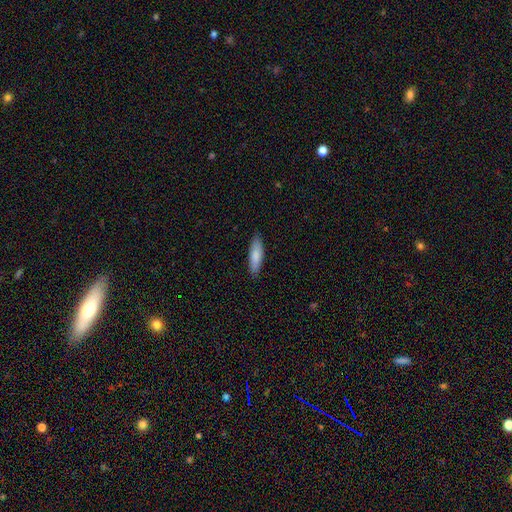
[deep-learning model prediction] The model was most divided on "how rounded": cigar-shaped: 57%, in between: 42%, round: 1%. More confident: merging — none (88%); smooth or featured — smooth (84%).